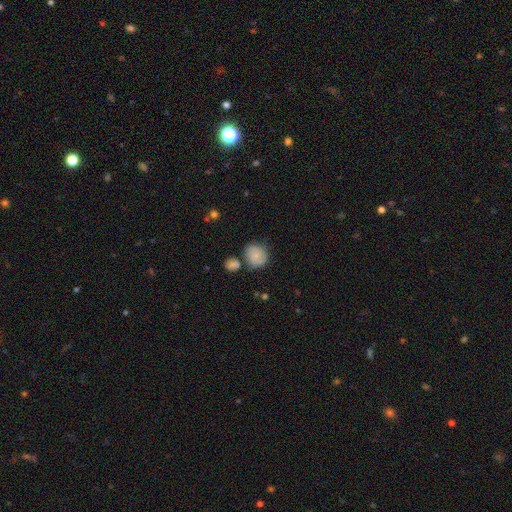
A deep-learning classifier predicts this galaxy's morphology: Smooth or featured: smooth — 74% (featured or disk — 18%)
How rounded: round — 72% (in between — 27%)
Merging: none — 62% (minor disturbance — 20%)